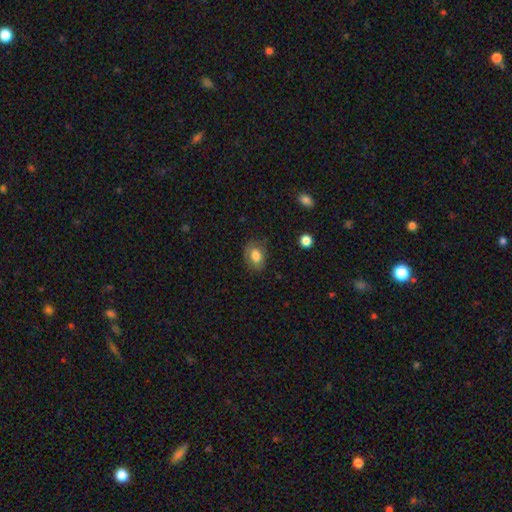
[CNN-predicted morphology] Overall: smooth (75%). How rounded: in between (74%). Merging: none (74%).